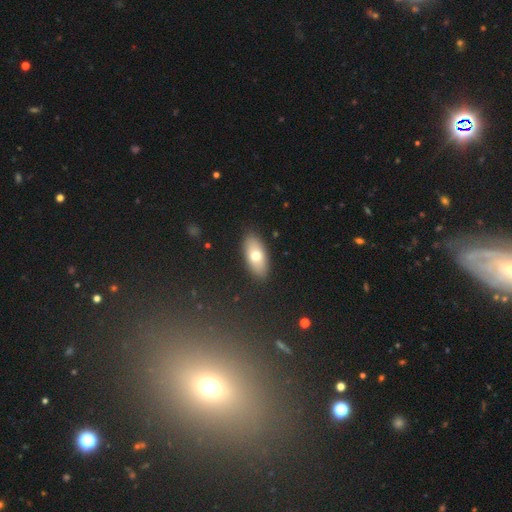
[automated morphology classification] This is likely a smooth galaxy (71%). How rounded: clearly in between (89%). Merging: clearly none (88%).